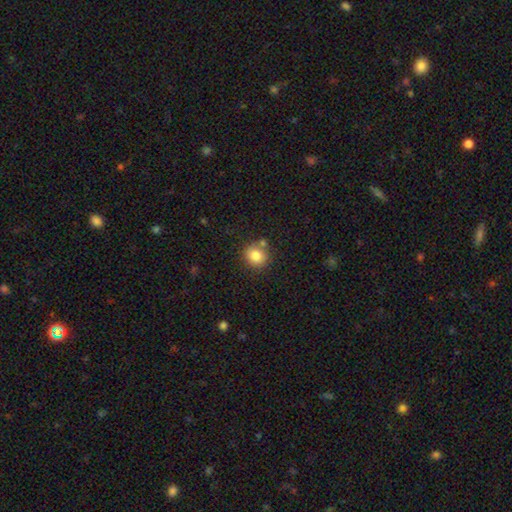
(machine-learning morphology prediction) Smooth or featured: smooth — 83% (star or artifact — 10%)
How rounded: round — 82% (in between — 17%)
Merging: none — 73% (minor disturbance — 12%)